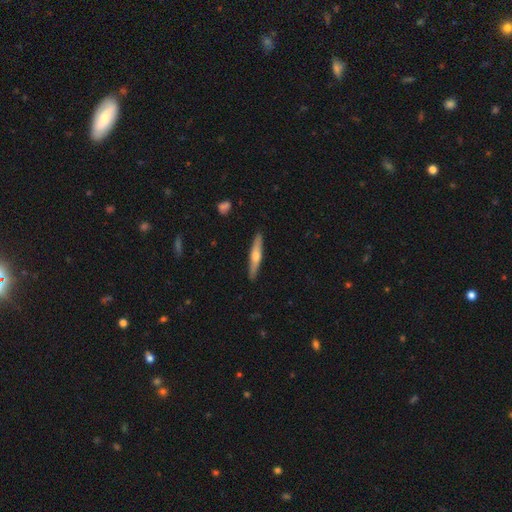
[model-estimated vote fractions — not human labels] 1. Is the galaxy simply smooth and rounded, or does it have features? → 53% featured or disk, 42% smooth, 5% star or artifact.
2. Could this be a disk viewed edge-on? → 95% yes, 5% no.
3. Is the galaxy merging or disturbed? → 90% none, 7% minor disturbance, 1% major disturbance, 1% merger.